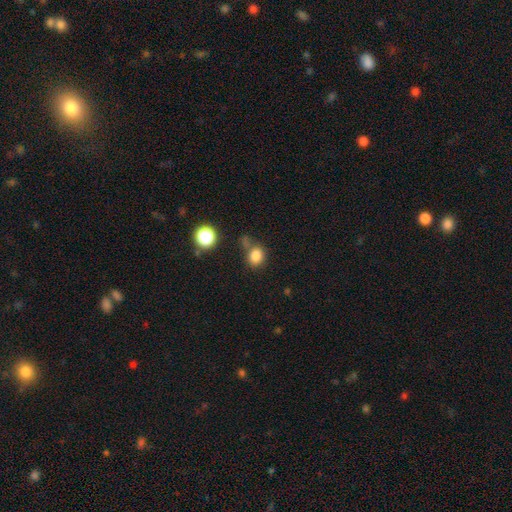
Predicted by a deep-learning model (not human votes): Smooth or featured? Predicted: smooth (p=0.82). How rounded? Predicted: round (p=0.70). Merging? Predicted: none (p=0.61).